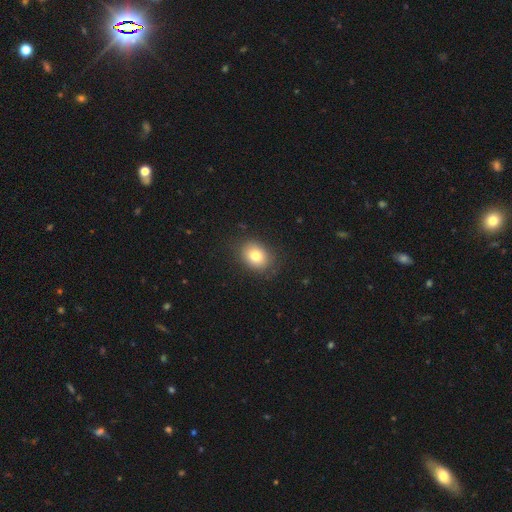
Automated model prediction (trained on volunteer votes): A smooth galaxy with no disk features (79%) that is in between round and cigar-shaped (53%).

Vote fractions:
- Smooth or featured? smooth: 79% / featured or disk: 11% / star or artifact: 11%
- How rounded? in between: 53% / round: 46% / cigar-shaped: 1%
- Merging? none: 85% / minor disturbance: 11% / major disturbance: 3% / merger: 1%